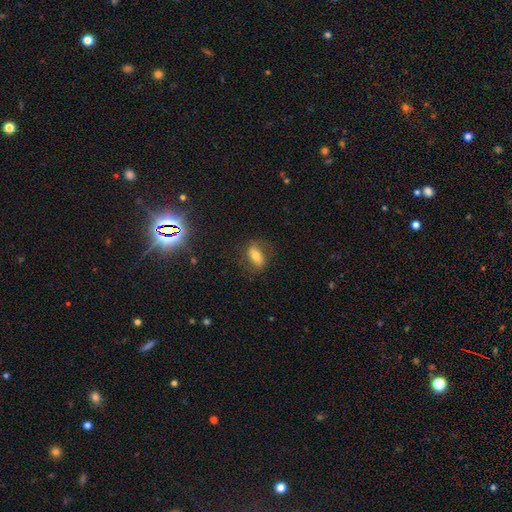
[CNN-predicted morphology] A smooth galaxy with no disk features (58%) that is in between round and cigar-shaped (78%).

Vote fractions:
- Smooth or featured? smooth: 58% / featured or disk: 31% / star or artifact: 11%
- How rounded? in between: 78% / cigar-shaped: 13% / round: 9%
- Merging? none: 72% / minor disturbance: 17% / major disturbance: 9% / merger: 1%